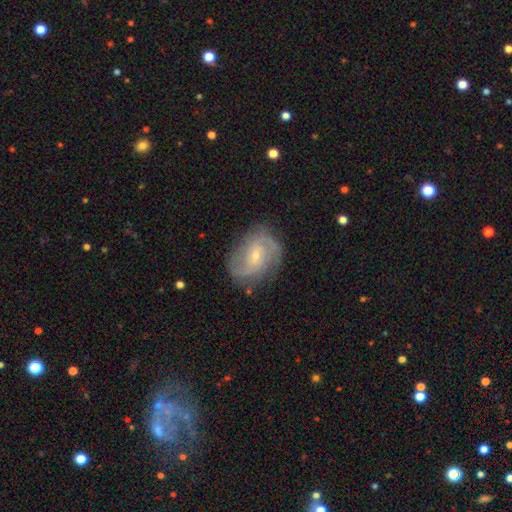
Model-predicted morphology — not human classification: Smooth or featured?
  - featured or disk: 83% *
  - smooth: 11%
  - star or artifact: 6%
Edge-on disk?
  - no: 97% *
  - yes: 3%
Bar?
  - weak: 46% *
  - no: 43%
  - strong: 11%
Spiral arms?
  - yes: 95% *
  - no: 5%
Spiral winding?
  - medium: 47% *
  - tight: 35%
  - loose: 18%
Spiral arm count?
  - 2: 66% *
  - can't tell: 15%
  - 3: 10%
  - 1: 3%
  - 4: 3%
  - more than 4: 3%
Bulge size?
  - small: 74% *
  - moderate: 22%
  - none: 2%
  - large: 1%
  - dominant: 1%
Merging?
  - none: 75% *
  - minor disturbance: 17%
  - major disturbance: 7%
  - merger: 1%